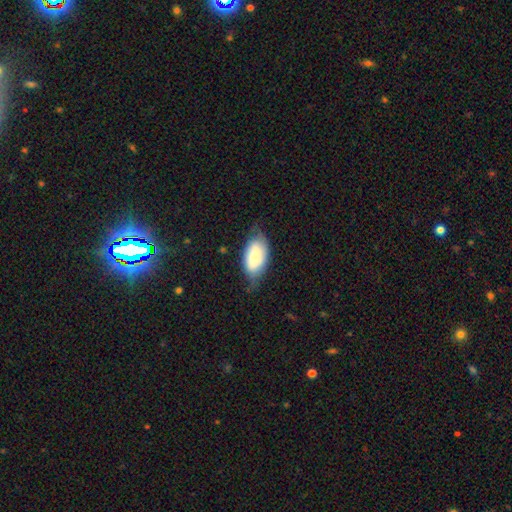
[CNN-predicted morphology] Smooth or featured? smooth (72%)
How rounded? in between (94%)
Merging? none (52%)